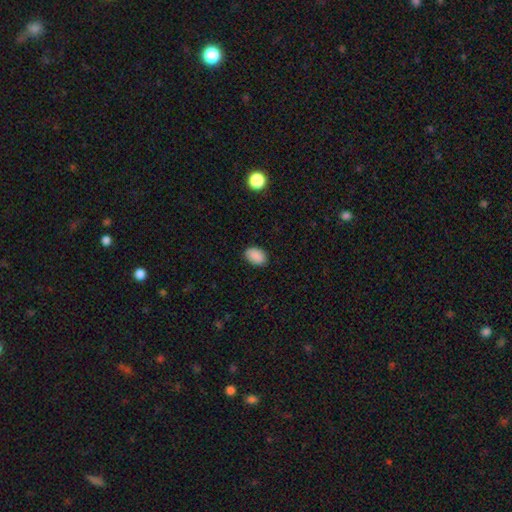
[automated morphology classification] A smooth galaxy with no disk features (88%) that is in between round and cigar-shaped (86%). Merging: none (86%).